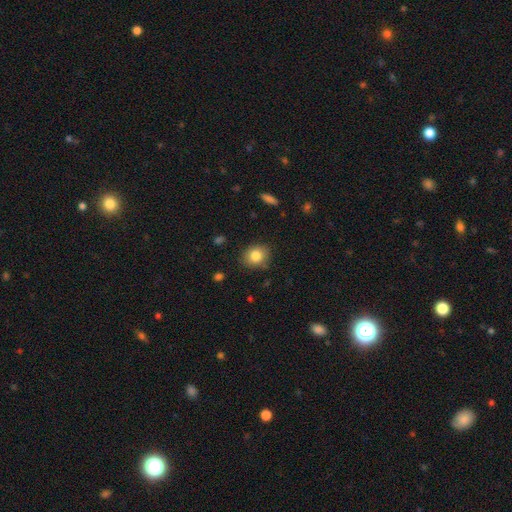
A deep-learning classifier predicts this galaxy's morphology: Overall: smooth (83%). How rounded: round (63%; in between 36%). Merging: none (83%).